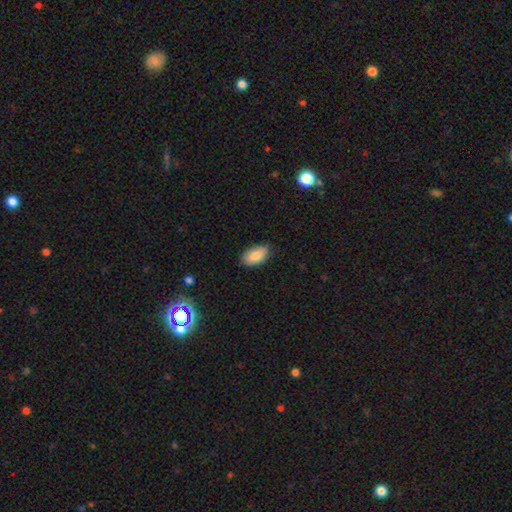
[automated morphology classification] A smooth galaxy with no disk features (85%) that is in between round and cigar-shaped (94%). Merging: none (84%).